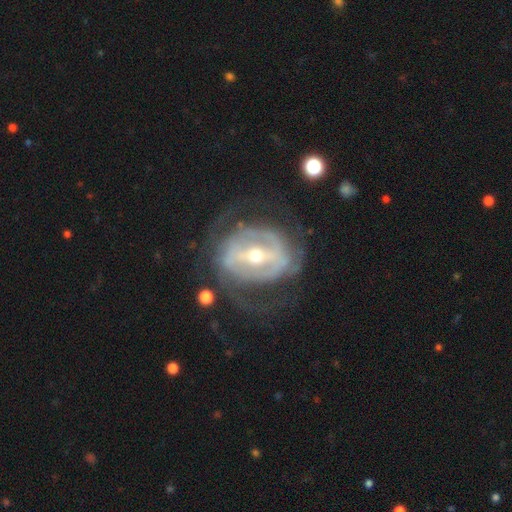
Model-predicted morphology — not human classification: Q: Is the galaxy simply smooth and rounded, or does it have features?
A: featured or disk — 85%.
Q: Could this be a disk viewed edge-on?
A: no — 94%.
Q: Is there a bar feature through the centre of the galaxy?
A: strong — 66%.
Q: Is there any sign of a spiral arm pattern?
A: yes — 70%.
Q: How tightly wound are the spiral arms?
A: tight — 45%.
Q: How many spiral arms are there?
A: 2 — 50%.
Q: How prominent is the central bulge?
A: moderate — 52%.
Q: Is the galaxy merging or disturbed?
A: none — 62%.